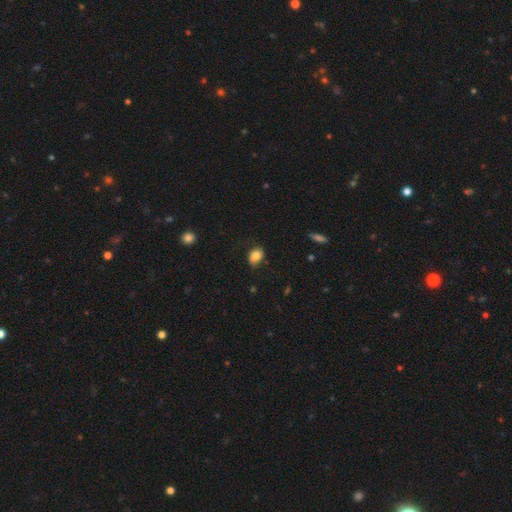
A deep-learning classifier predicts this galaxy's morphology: A smooth galaxy with no disk features (82%) that is in between round and cigar-shaped (69%). Merging: none (61%).